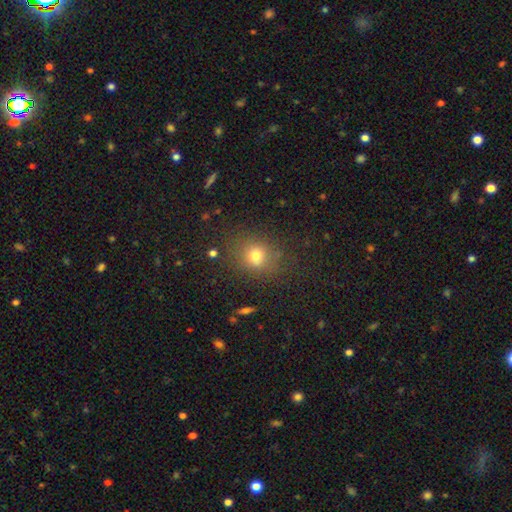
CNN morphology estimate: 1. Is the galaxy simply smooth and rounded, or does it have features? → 72% smooth, 18% star or artifact, 10% featured or disk.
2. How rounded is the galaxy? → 72% round, 26% in between, 1% cigar-shaped.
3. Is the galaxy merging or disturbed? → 77% none, 13% minor disturbance, 7% major disturbance, 3% merger.